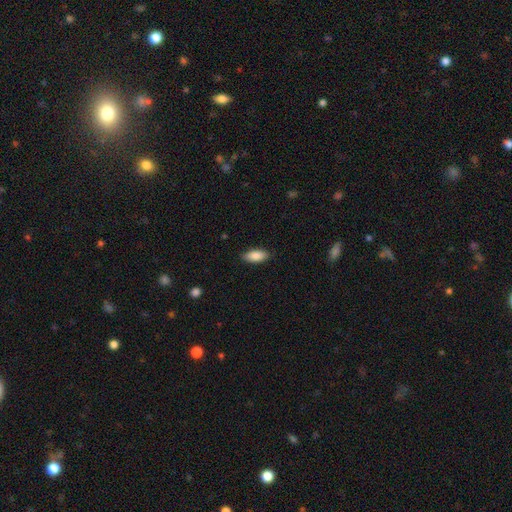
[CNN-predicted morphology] This appears to be a smooth galaxy with no disk features (88%) that is in between round and cigar-shaped (83%). Merging: none (87%).